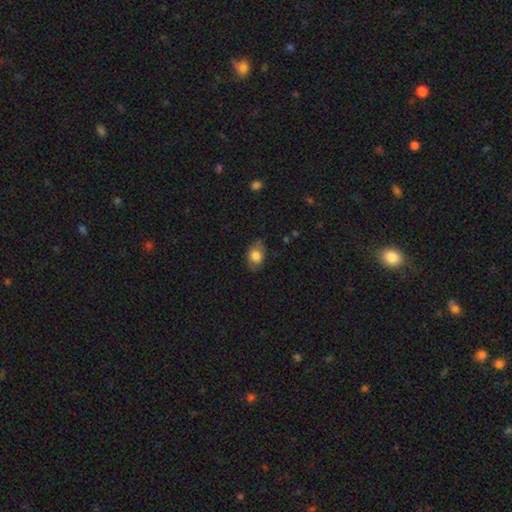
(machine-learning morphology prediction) Overall: smooth (78%). How rounded: in between (81%). Merging: none (76%).